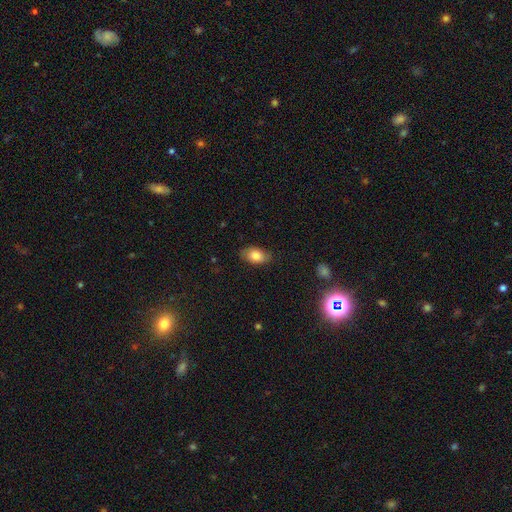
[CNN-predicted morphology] Smooth or featured? smooth (80%)
How rounded? in between (90%)
Merging? none (78%)